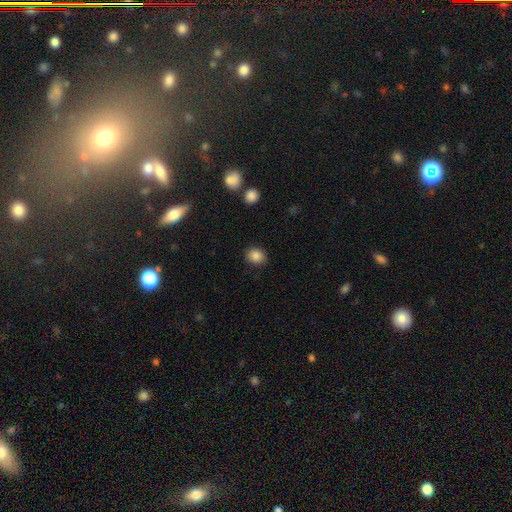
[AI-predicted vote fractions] Smooth or featured: smooth — 86% (star or artifact — 10%)
How rounded: round — 68% (in between — 31%)
Merging: none — 88% (minor disturbance — 8%)